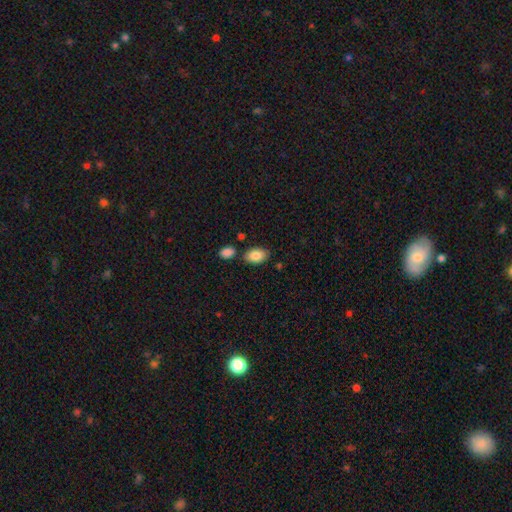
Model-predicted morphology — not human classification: smooth 86%, featured or disk 7%, star or artifact 7%. Down the decision tree: how rounded — in between (92%); merging — none (78%).